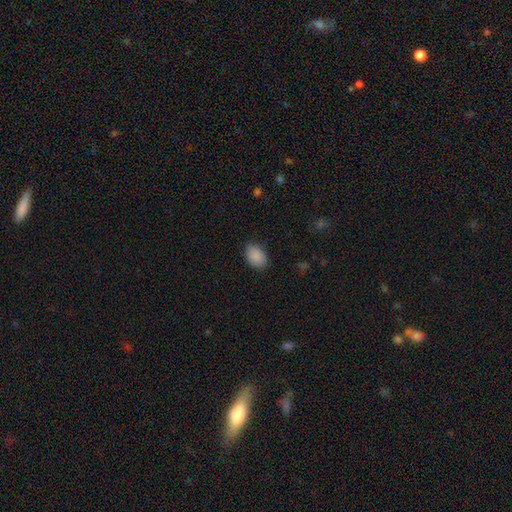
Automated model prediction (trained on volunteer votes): Smooth or featured? smooth (90%)
How rounded? in between (86%)
Merging? none (86%)